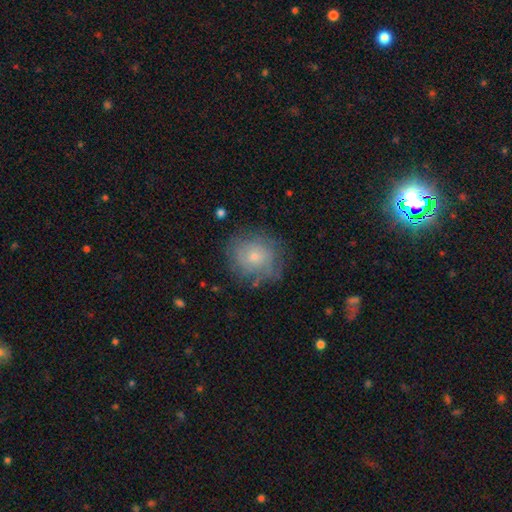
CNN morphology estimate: This is possibly a smooth galaxy (53%). How rounded: clearly round (82%). Merging: likely none (71%).